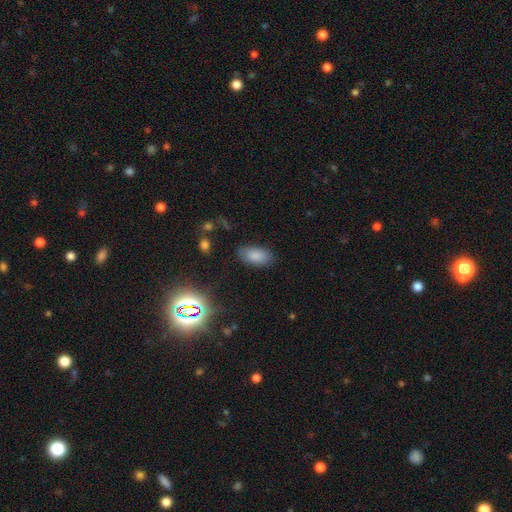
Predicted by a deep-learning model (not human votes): Overall: smooth (85%). How rounded: in between (93%). Merging: none (84%).